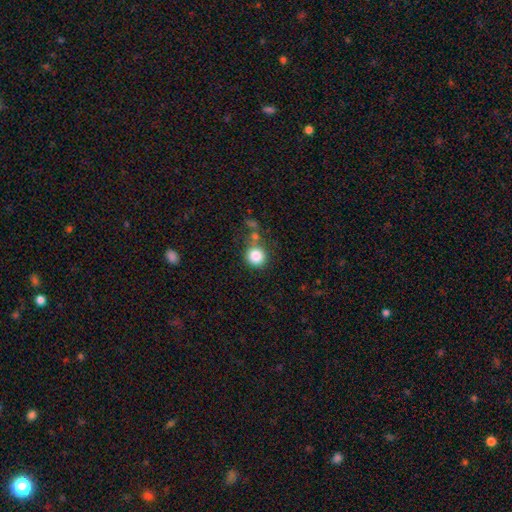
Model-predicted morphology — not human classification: Overall: smooth (85%). How rounded: round (91%). Merging: none (69%).